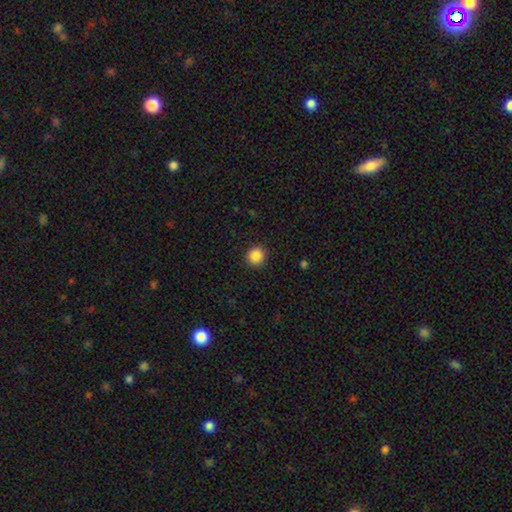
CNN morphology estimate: smooth-or-featured: smooth: 87% | star or artifact: 10% | featured or disk: 3%
  how-rounded: round: 93% | in between: 6% | cigar-shaped: 1%
  merging: none: 92% | minor disturbance: 5% | major disturbance: 2% | merger: 1%